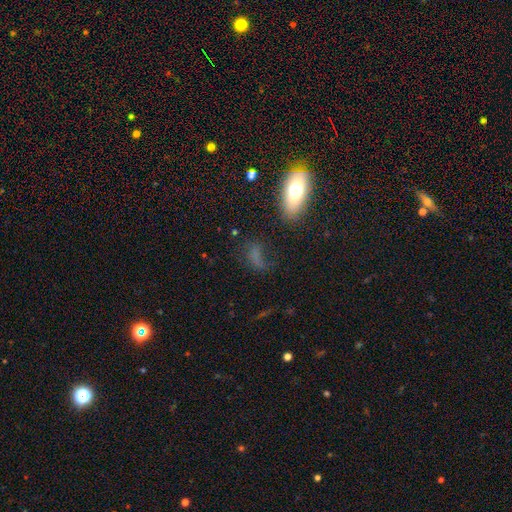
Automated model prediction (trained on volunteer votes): Smooth or featured? smooth (57%)
How rounded? in between (69%)
Merging? none (47%)